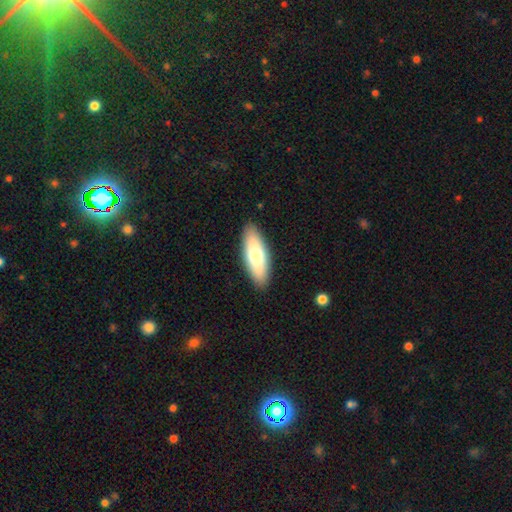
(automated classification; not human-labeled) smooth_or_featured: smooth (p=0.71) [alt: featured or disk p=0.23]
how_rounded: in between (p=0.64) [alt: cigar-shaped p=0.33]
merging: none (p=0.89) [alt: minor disturbance p=0.08]